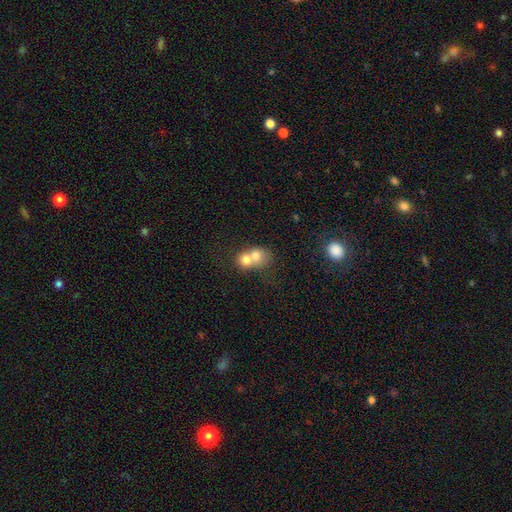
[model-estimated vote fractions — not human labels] This appears to be a smooth galaxy with no disk features (68%) that is round (64%). Merging: merger (75%).